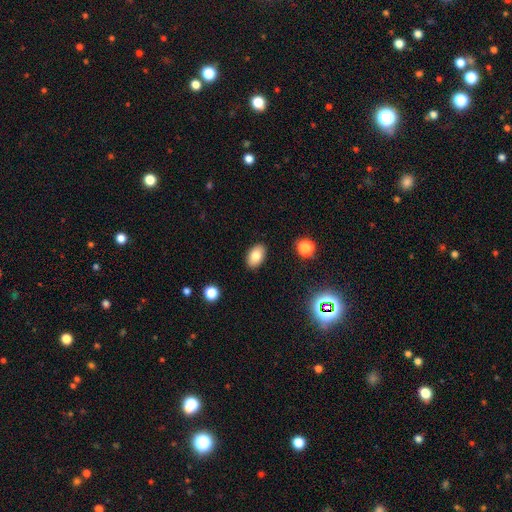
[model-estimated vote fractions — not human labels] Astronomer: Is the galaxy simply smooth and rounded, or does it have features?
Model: smooth — 81%.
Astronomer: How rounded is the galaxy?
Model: in between — 91%.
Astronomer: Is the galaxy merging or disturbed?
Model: none — 88%.